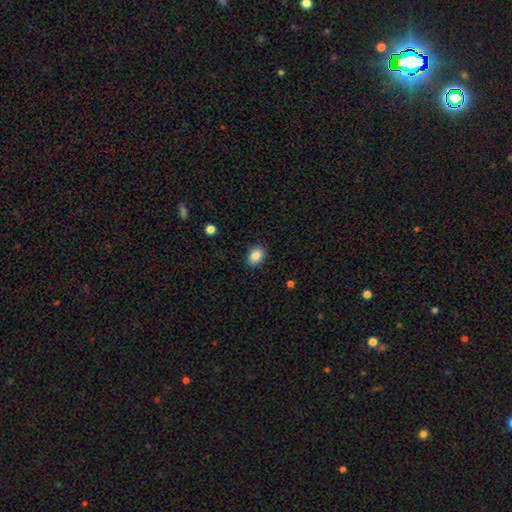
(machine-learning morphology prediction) A smooth galaxy with no disk features (87%) that is in between round and cigar-shaped (67%). Merging: none (89%).